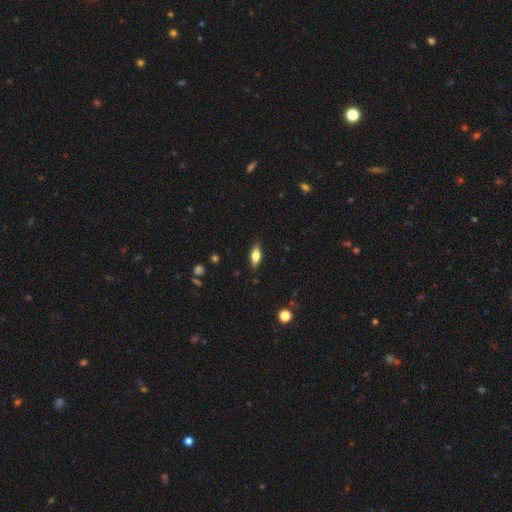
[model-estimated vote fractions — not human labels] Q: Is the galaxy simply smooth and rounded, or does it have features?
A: smooth — 65%.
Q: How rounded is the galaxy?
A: in between — 74%.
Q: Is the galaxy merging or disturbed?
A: none — 87%.